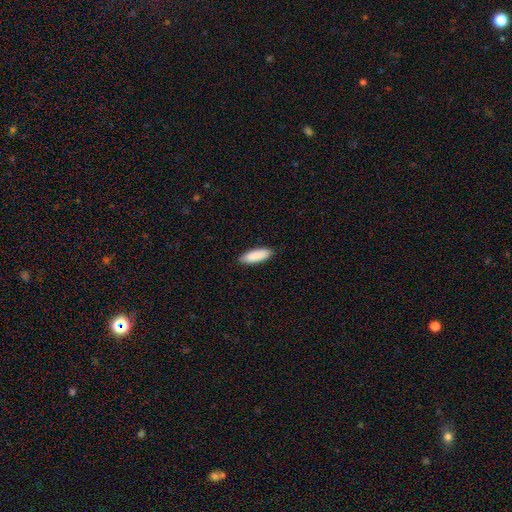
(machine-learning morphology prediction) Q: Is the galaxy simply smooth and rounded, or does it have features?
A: smooth — 90%.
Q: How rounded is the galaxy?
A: in between — 62%.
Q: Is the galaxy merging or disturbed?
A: none — 88%.